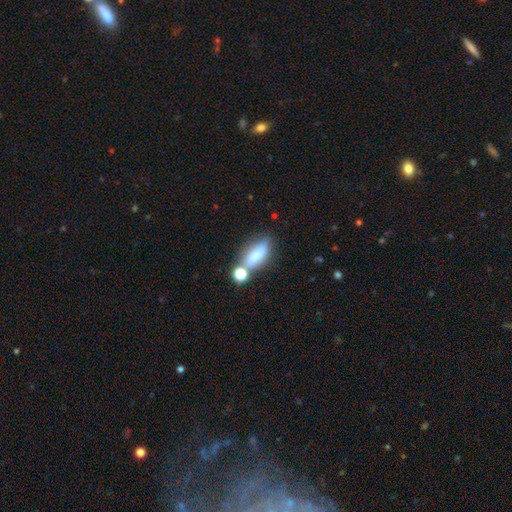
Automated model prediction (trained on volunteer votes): This appears to be a smooth galaxy with no disk features (69%) that is in between round and cigar-shaped (66%). Merging: none (48%).